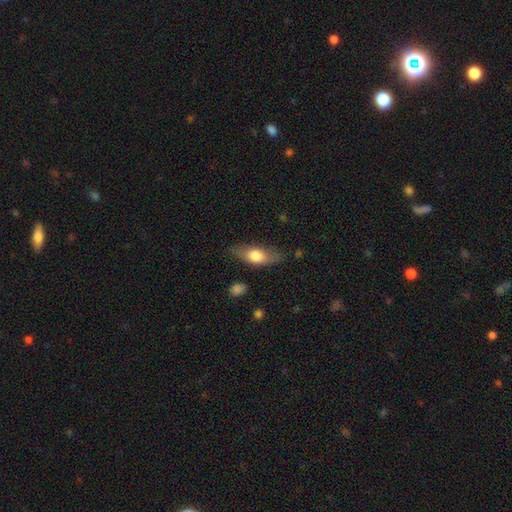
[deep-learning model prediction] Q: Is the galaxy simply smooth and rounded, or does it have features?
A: smooth — 65%.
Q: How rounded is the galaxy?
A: in between — 69%.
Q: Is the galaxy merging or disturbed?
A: none — 77%.